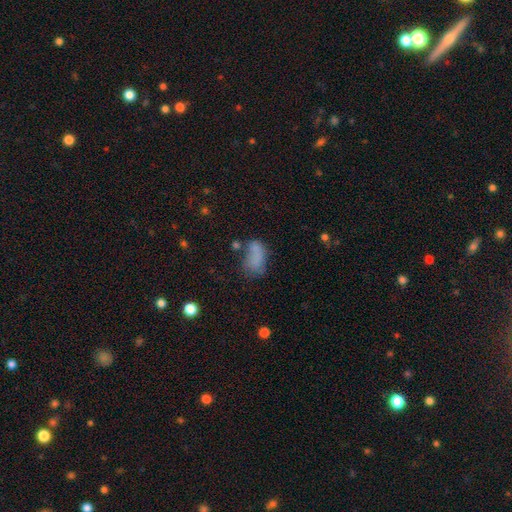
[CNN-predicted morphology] A smooth galaxy with no disk features (69%) that is in between round and cigar-shaped (87%). Merging: none (33%).